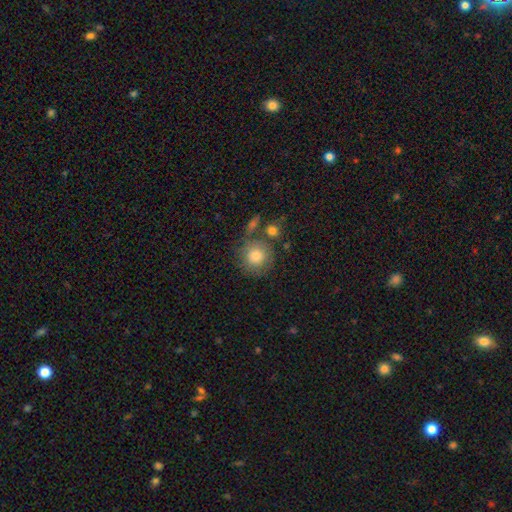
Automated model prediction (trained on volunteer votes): smooth 79%, featured or disk 13%, star or artifact 8%. Down the decision tree: how rounded — round (90%); merging — none (67%).